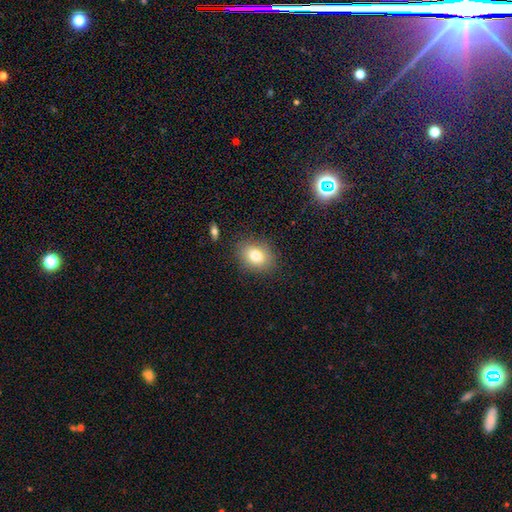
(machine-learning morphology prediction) Smooth or featured?
  - smooth: 80% *
  - featured or disk: 10%
  - star or artifact: 10%
How rounded?
  - in between: 64% *
  - round: 35%
  - cigar-shaped: 1%
Merging?
  - none: 85% *
  - minor disturbance: 10%
  - major disturbance: 3%
  - merger: 2%